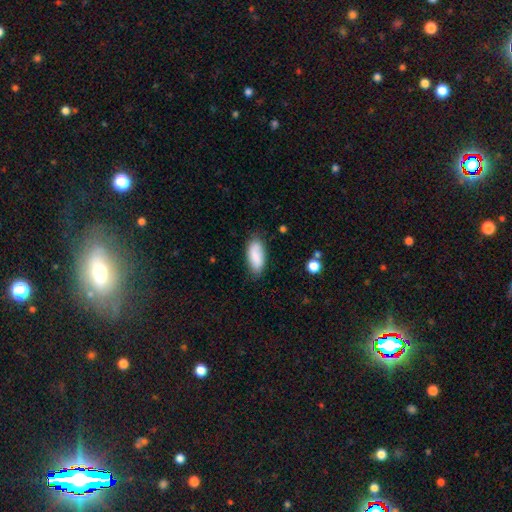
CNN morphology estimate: smooth 82%, featured or disk 11%, star or artifact 6%. Down the decision tree: how rounded — in between (86%); merging — none (77%).